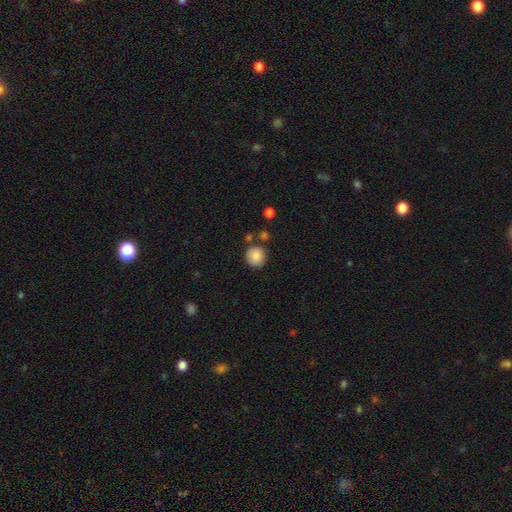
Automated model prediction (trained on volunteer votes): Overall: smooth (87%). How rounded: round (87%). Merging: none (79%).